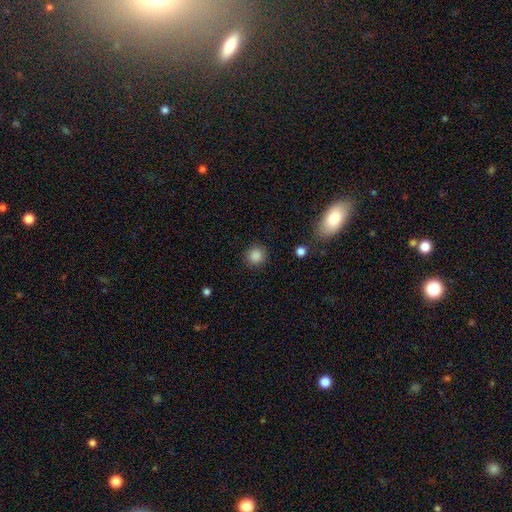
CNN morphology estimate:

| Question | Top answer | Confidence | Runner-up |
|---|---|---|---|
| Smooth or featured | smooth | 86% | star or artifact (11%) |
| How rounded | round | 93% | in between (6%) |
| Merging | none | 89% | minor disturbance (6%) |